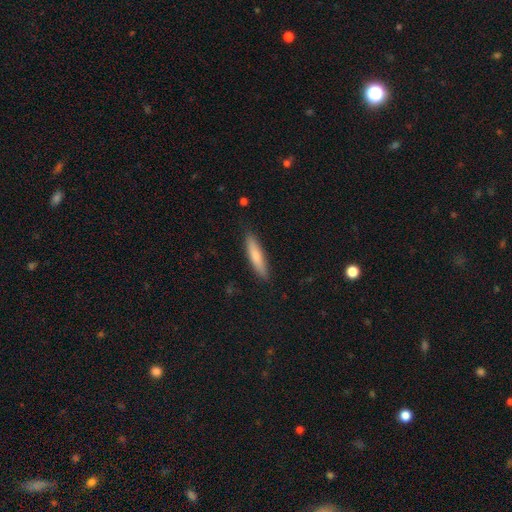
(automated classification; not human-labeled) This appears to be a smooth galaxy with no disk features (76%) that is cigar-shaped (83%). Merging: none (87%).